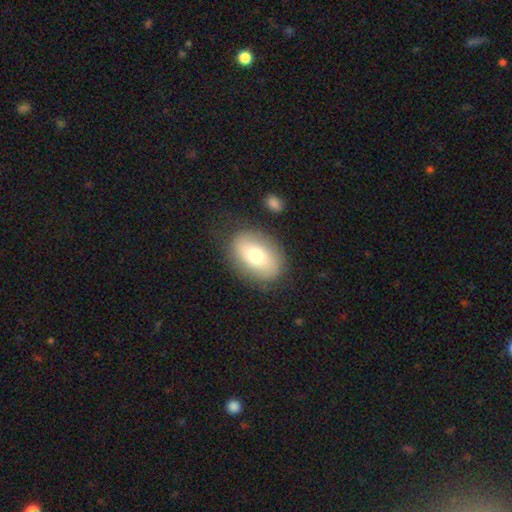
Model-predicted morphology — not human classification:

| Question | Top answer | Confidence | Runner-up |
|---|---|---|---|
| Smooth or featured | smooth | 69% | featured or disk (23%) |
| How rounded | in between | 78% | round (21%) |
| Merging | none | 79% | minor disturbance (13%) |